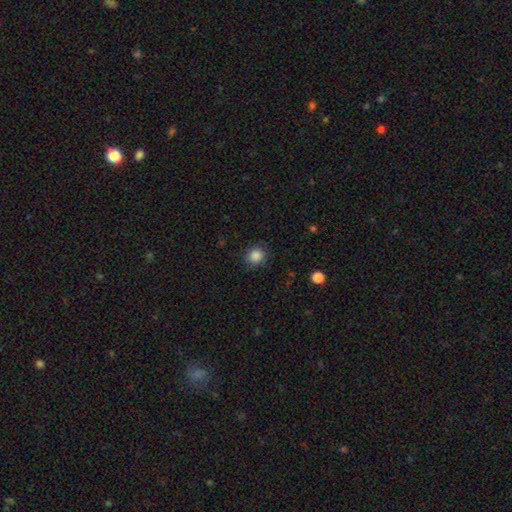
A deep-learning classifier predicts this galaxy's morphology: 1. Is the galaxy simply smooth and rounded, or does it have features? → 86% smooth, 11% star or artifact, 3% featured or disk.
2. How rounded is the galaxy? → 91% round, 8% in between, 1% cigar-shaped.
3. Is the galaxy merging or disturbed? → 88% none, 8% minor disturbance, 3% major disturbance, 1% merger.